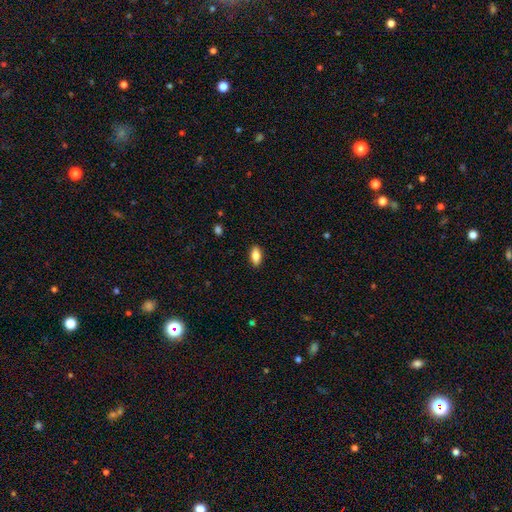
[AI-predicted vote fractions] Smooth or featured? smooth (80%)
How rounded? in between (84%)
Merging? none (89%)